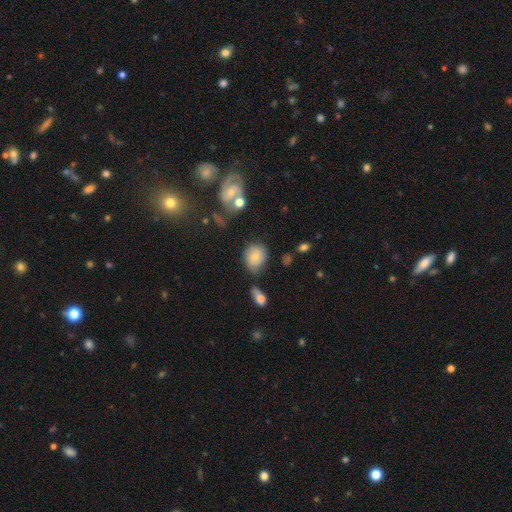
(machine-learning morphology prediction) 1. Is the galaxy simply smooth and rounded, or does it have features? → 60% smooth, 30% featured or disk, 10% star or artifact.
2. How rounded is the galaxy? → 61% round, 38% in between, 1% cigar-shaped.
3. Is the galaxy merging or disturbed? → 58% none, 25% minor disturbance, 9% major disturbance, 8% merger.